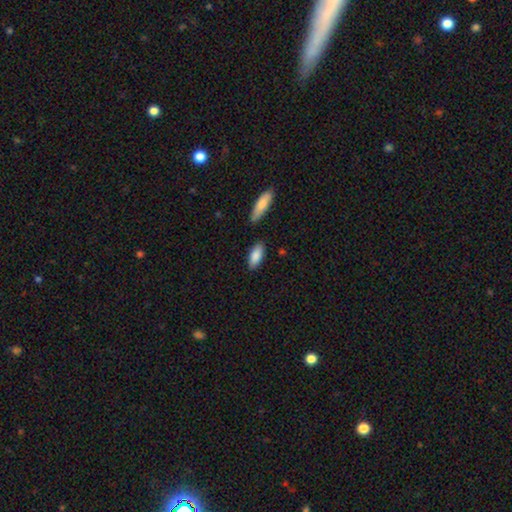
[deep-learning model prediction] Smooth or featured: smooth — 86% (featured or disk — 8%)
How rounded: in between — 84% (cigar-shaped — 14%)
Merging: none — 82% (minor disturbance — 11%)